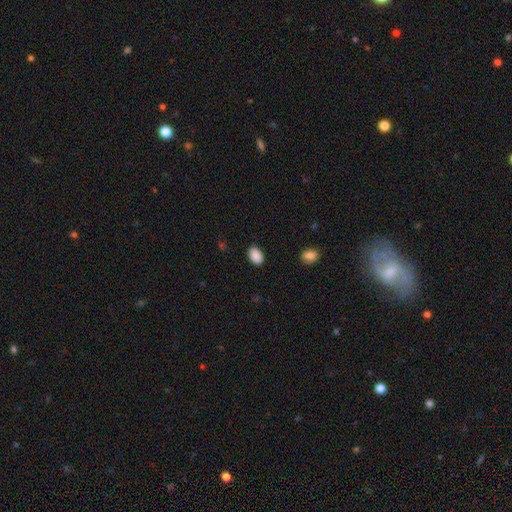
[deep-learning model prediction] Smooth or featured? smooth (90%)
How rounded? in between (84%)
Merging? none (85%)